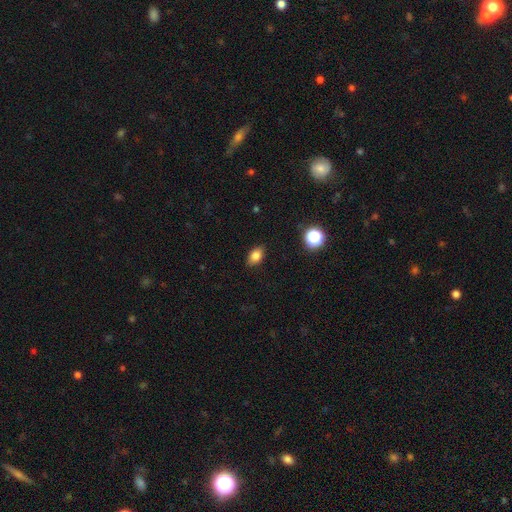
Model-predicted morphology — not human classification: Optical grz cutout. It shows a smooth galaxy with no disk features (82%) that is in between round and cigar-shaped (84%). Merging: none (86%).